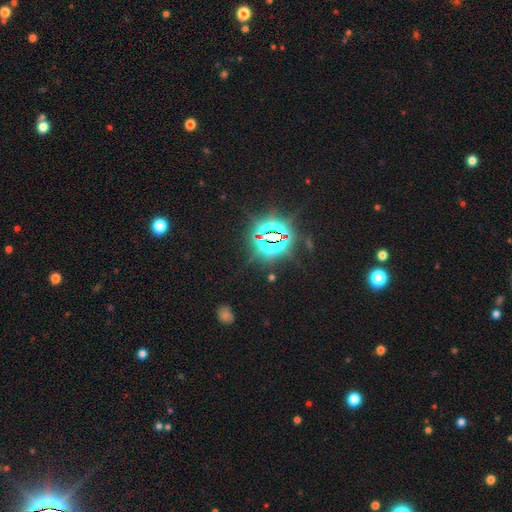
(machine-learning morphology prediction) smooth_or_featured: star or artifact (p=0.84) [alt: smooth p=0.10]